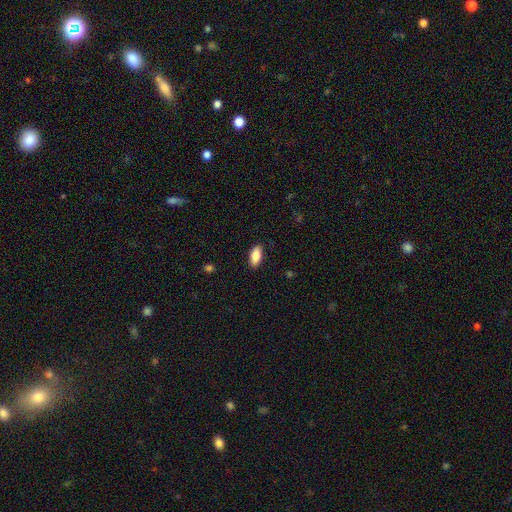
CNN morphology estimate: Smooth or featured? smooth (86%)
How rounded? in between (89%)
Merging? none (88%)